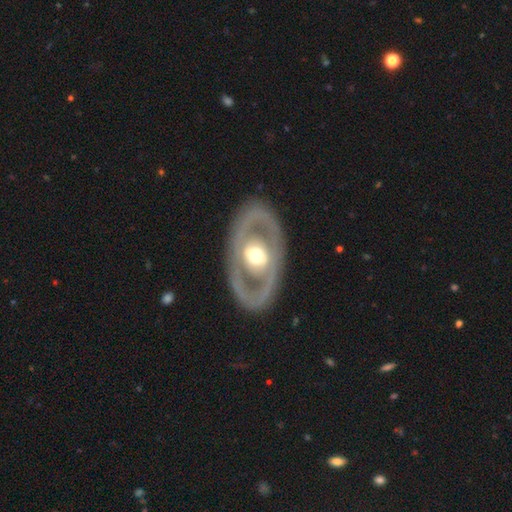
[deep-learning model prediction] smooth-or-featured: featured or disk: 73% | smooth: 23% | star or artifact: 4%
  disk-edge-on: no: 91% | yes: 9%
    bar: no: 66% | weak: 21% | strong: 13%
    has-spiral-arms: no: 74% | yes: 26%
    bulge-size: moderate: 67% | large: 21% | small: 9% | dominant: 2% | none: 1%
  merging: none: 81% | minor disturbance: 11% | major disturbance: 6% | merger: 1%